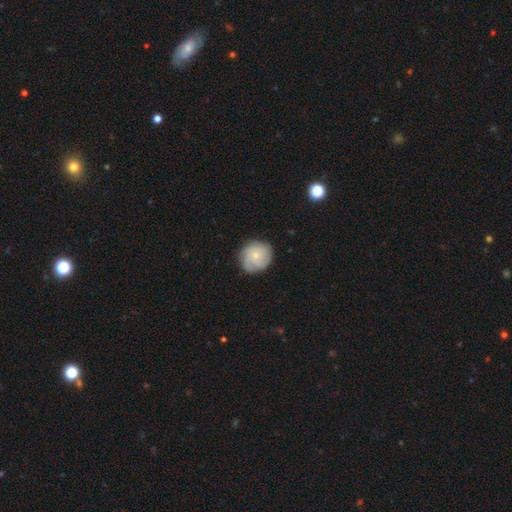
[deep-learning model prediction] Q: Smooth or featured?
A: featured or disk (50%); runner-up: smooth (43%)
Q: Merging?
A: none (79%); runner-up: minor disturbance (16%)